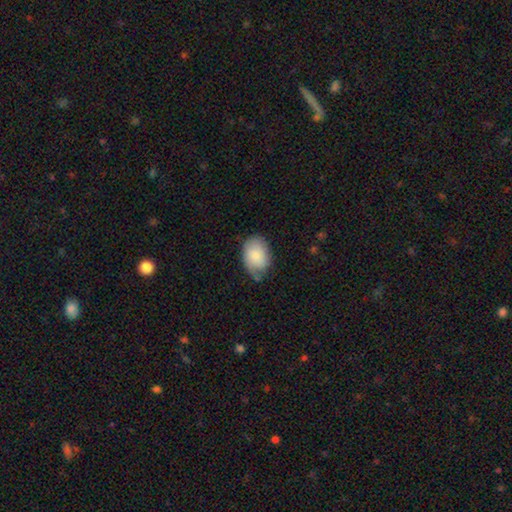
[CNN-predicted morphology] type=smooth (80%); roundness=in between (79%); merging=none (62%).